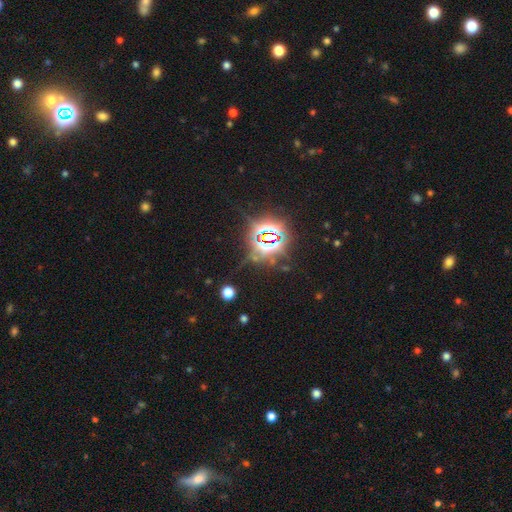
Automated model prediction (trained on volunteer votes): The model was most divided on "smooth or featured": star or artifact: 81%, smooth: 11%, featured or disk: 8%.